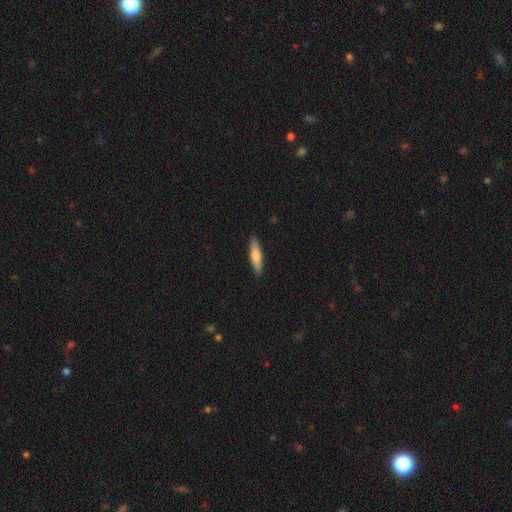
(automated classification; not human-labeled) This is likely a smooth galaxy (70%). How rounded: likely cigar-shaped (76%). Merging: clearly none (90%).